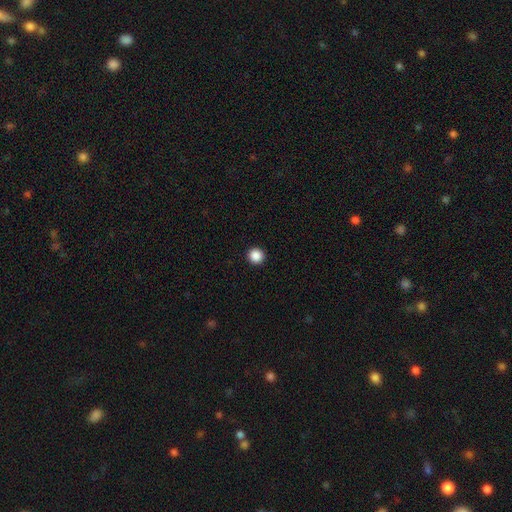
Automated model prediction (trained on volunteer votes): Smooth or featured?
  - smooth: 88% *
  - star or artifact: 9%
  - featured or disk: 2%
How rounded?
  - round: 95% *
  - in between: 4%
  - cigar-shaped: 1%
Merging?
  - none: 94% *
  - minor disturbance: 4%
  - major disturbance: 1%
  - merger: 1%